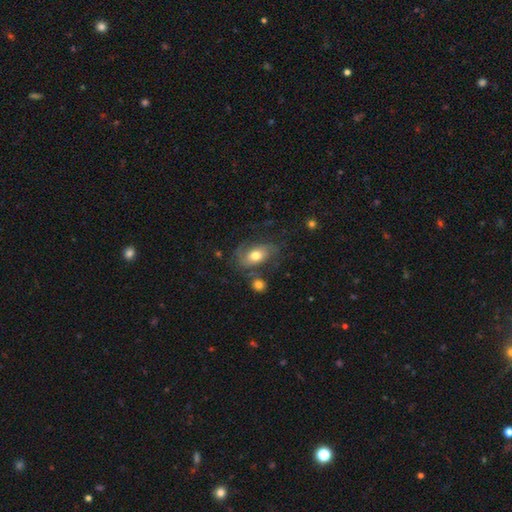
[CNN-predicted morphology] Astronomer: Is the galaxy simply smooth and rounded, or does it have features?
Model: smooth — 46%, tied with featured or disk at 46%.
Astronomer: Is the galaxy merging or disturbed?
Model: none — 52%.